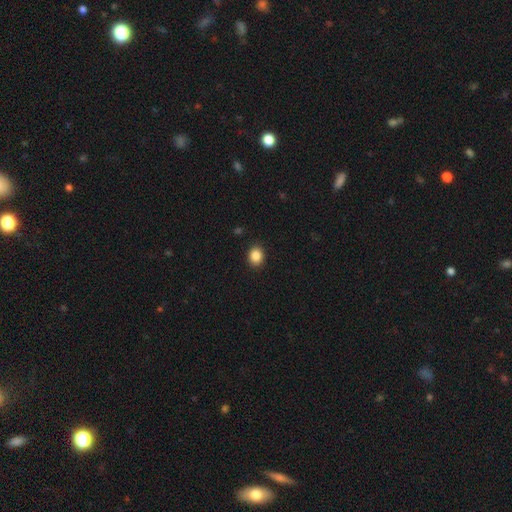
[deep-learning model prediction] Smooth or featured? smooth (86%)
How rounded? round (61%)
Merging? none (91%)